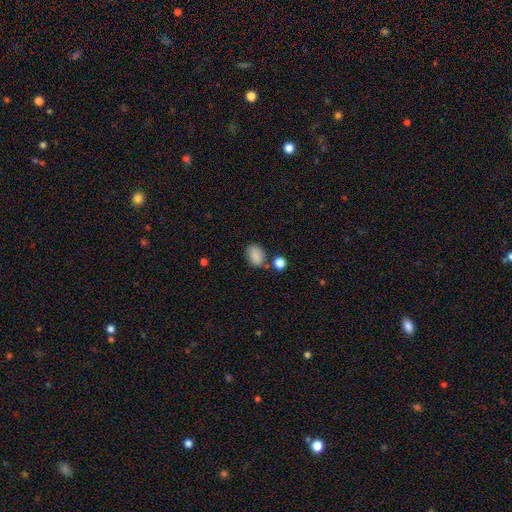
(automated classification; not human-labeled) A smooth galaxy with no disk features (86%) that is in between round and cigar-shaped (79%).

Vote fractions:
- Smooth or featured? smooth: 86% / star or artifact: 9% / featured or disk: 5%
- How rounded? in between: 79% / round: 20% / cigar-shaped: 1%
- Merging? none: 70% / minor disturbance: 16% / merger: 9% / major disturbance: 4%